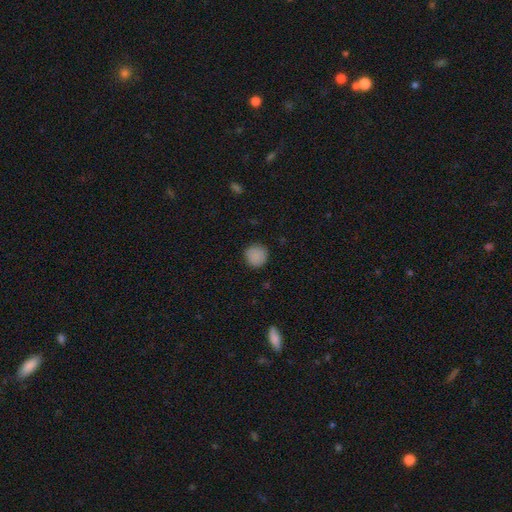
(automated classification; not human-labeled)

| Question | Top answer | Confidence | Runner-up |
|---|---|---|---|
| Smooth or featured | smooth | 87% | star or artifact (9%) |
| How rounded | round | 93% | in between (6%) |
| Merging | none | 88% | minor disturbance (9%) |